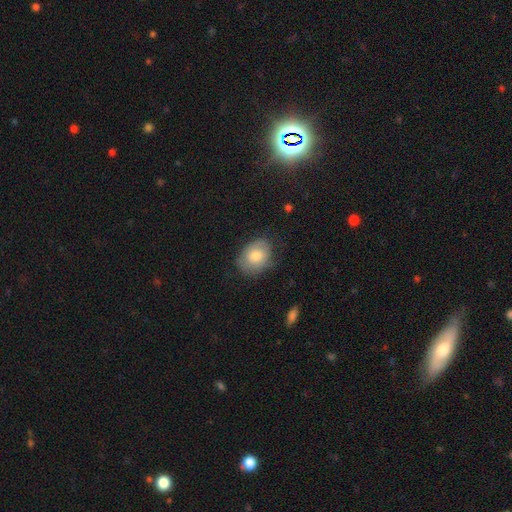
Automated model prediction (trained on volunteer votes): Morphology: type=smooth (72%); roundness=in between (61%); merging=none (66%).